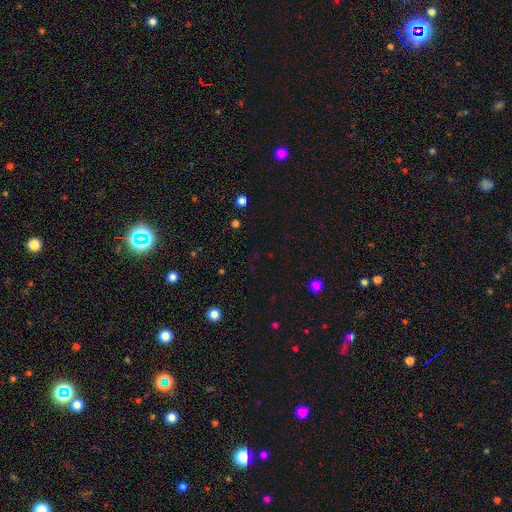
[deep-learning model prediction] A star or artifact, not a galaxy (58%).